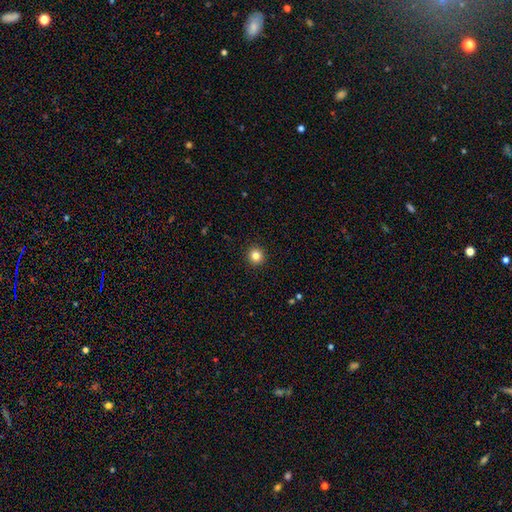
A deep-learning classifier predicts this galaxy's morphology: smooth_or_featured: smooth (p=0.83) [alt: star or artifact p=0.12]
how_rounded: round (p=0.94) [alt: in between p=0.05]
merging: none (p=0.93) [alt: minor disturbance p=0.04]